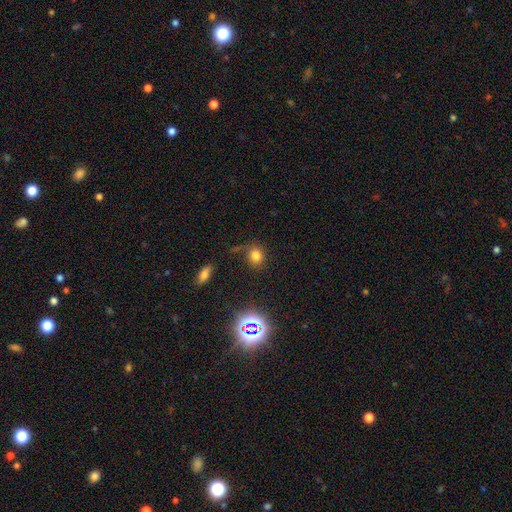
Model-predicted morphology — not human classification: Overall: smooth (73%). How rounded: round (68%; in between 31%). Merging: none (69%).